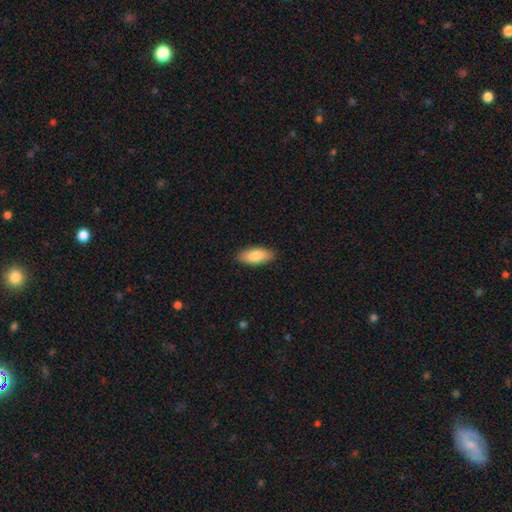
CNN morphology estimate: smooth_or_featured: smooth (p=0.84) [alt: featured or disk p=0.10]
how_rounded: in between (p=0.83) [alt: cigar-shaped p=0.15]
merging: none (p=0.89) [alt: minor disturbance p=0.08]